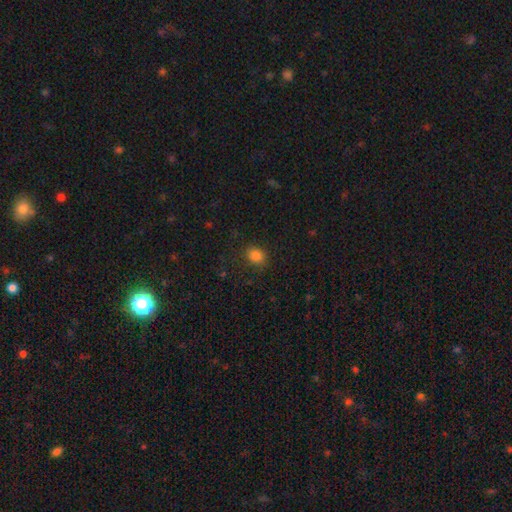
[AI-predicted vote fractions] Overall: smooth (83%). How rounded: round (56%; in between 43%). Merging: none (83%).